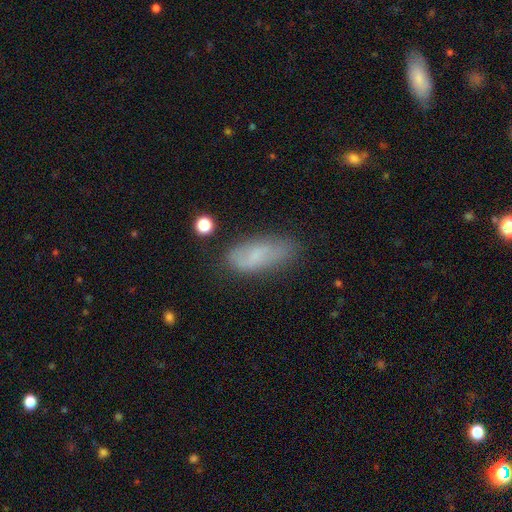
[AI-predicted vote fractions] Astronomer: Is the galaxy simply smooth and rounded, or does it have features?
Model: smooth — 66%.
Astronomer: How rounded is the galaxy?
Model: in between — 77%.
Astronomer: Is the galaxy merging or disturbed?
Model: none — 63%.